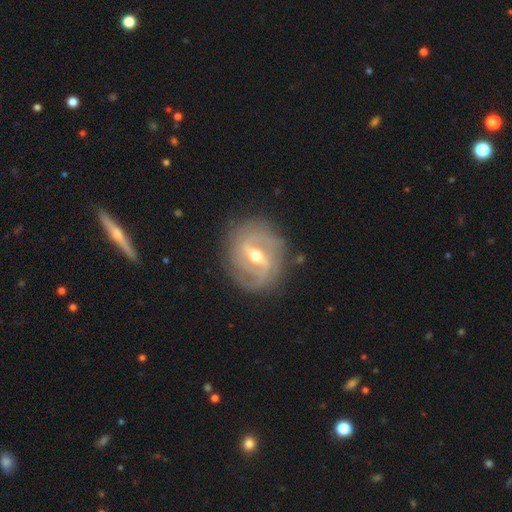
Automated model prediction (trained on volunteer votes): Smooth or featured: featured or disk — 89% (smooth — 6%)
Edge-on disk: no — 96% (yes — 4%)
Bar: strong — 50% (weak — 40%)
Spiral arms: yes — 95% (no — 5%)
Spiral winding: tight — 51% (medium — 38%)
Spiral arm count: 2 — 53% (3 — 20%)
Bulge size: moderate — 65% (small — 30%)
Merging: none — 81% (minor disturbance — 13%)